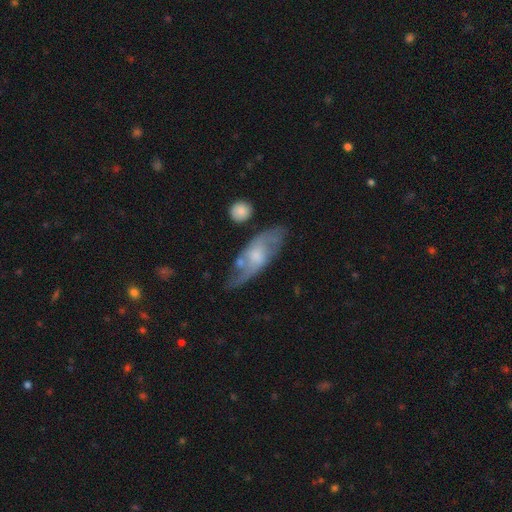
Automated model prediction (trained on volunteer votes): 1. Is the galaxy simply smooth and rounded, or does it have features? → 67% featured or disk, 27% smooth, 6% star or artifact.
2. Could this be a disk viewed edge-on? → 80% no, 20% yes.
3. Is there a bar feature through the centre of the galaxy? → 57% no, 37% weak, 6% strong.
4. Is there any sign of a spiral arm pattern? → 84% yes, 16% no.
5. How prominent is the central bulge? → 44% moderate, 39% small, 8% large, 8% none, 2% dominant.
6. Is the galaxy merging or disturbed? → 64% none, 22% minor disturbance, 9% major disturbance, 6% merger.